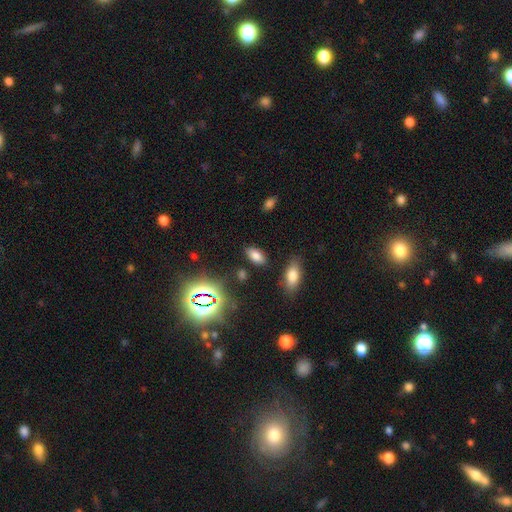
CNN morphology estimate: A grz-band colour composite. It shows a smooth galaxy with no disk features (75%) that is in between round and cigar-shaped (91%). Merging: none (84%).